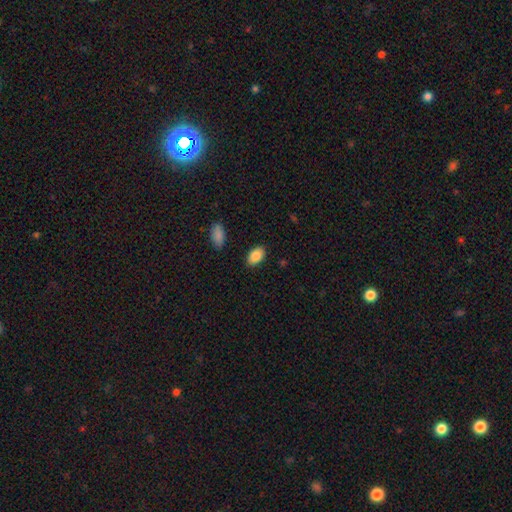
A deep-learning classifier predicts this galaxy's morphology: type=smooth (87%); roundness=in between (90%); merging=none (87%).